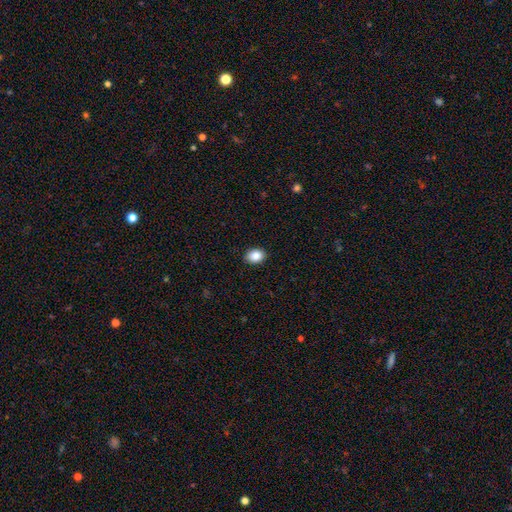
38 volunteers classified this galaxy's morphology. This appears to be a smooth galaxy with no disk features (100%) that is in between round and cigar-shaped (71%). Merging: none (84%).